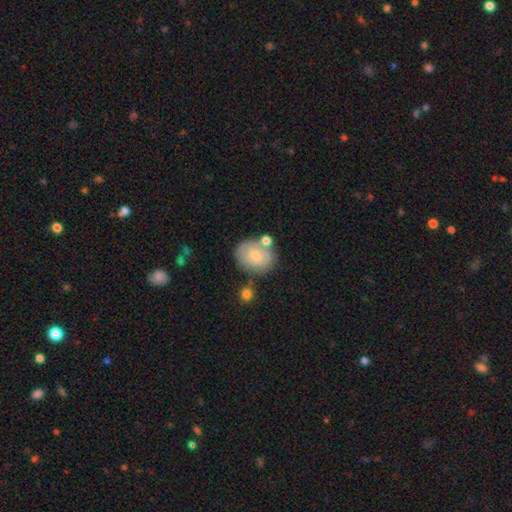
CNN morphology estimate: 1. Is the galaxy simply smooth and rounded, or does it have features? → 47% featured or disk, 46% smooth, 7% star or artifact.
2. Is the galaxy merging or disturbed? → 63% none, 18% minor disturbance, 13% merger, 6% major disturbance.